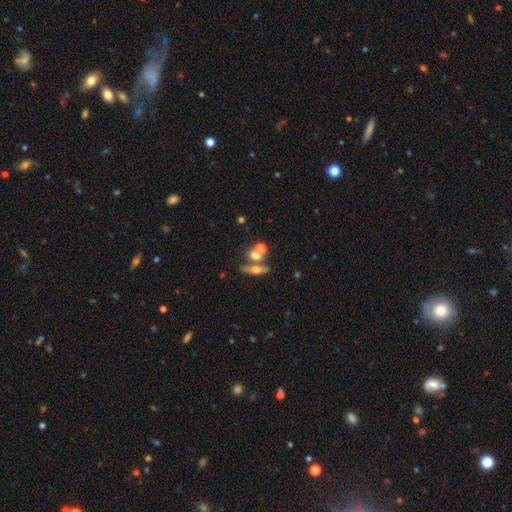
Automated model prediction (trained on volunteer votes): smooth-or-featured: smooth: 49% | featured or disk: 38% | star or artifact: 13%
  merging: none: 52% | merger: 34% | minor disturbance: 10% | major disturbance: 5%